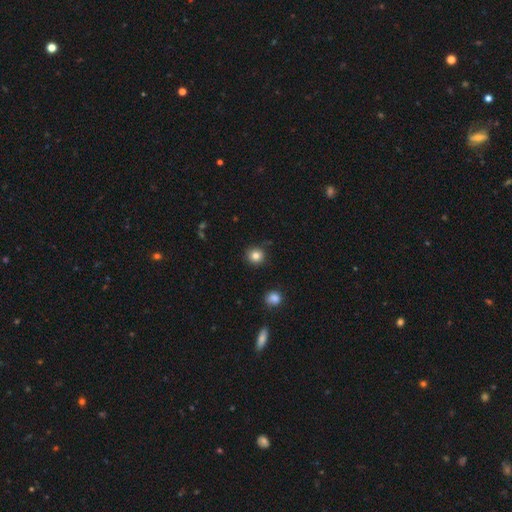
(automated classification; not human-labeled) smooth_or_featured: smooth (p=0.82) [alt: star or artifact p=0.12]
how_rounded: round (p=0.92) [alt: in between p=0.07]
merging: none (p=0.88) [alt: minor disturbance p=0.08]